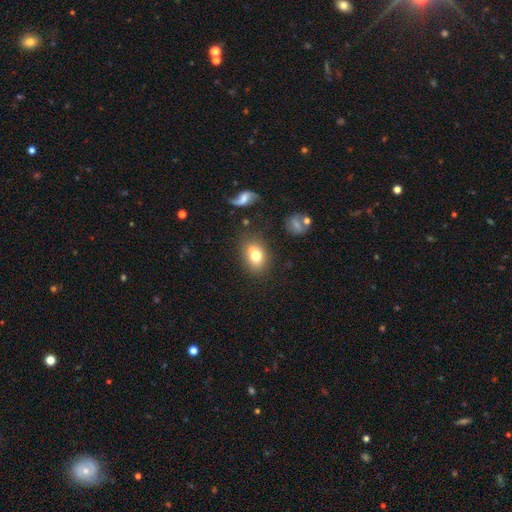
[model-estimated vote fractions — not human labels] smooth-or-featured: smooth: 75% | featured or disk: 15% | star or artifact: 10%
  how-rounded: in between: 68% | round: 30% | cigar-shaped: 1%
  merging: none: 68% | minor disturbance: 17% | merger: 10% | major disturbance: 5%